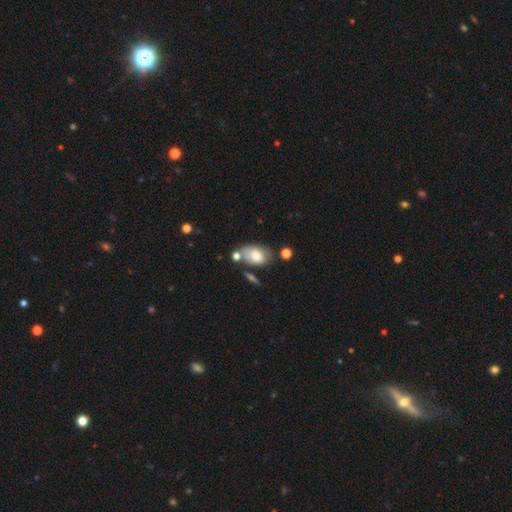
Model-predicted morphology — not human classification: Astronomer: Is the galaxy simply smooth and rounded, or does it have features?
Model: smooth — 69%.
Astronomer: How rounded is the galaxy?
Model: in between — 88%.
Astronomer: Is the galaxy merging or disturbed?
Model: none — 55%.